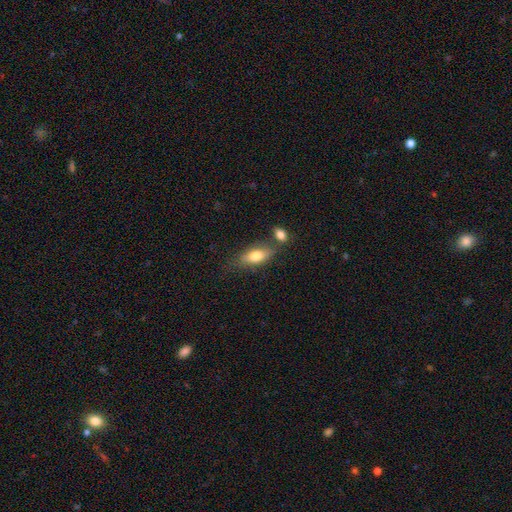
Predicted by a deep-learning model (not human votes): A smooth galaxy with no disk features (72%) that is in between round and cigar-shaped (77%). Merging: none (62%).